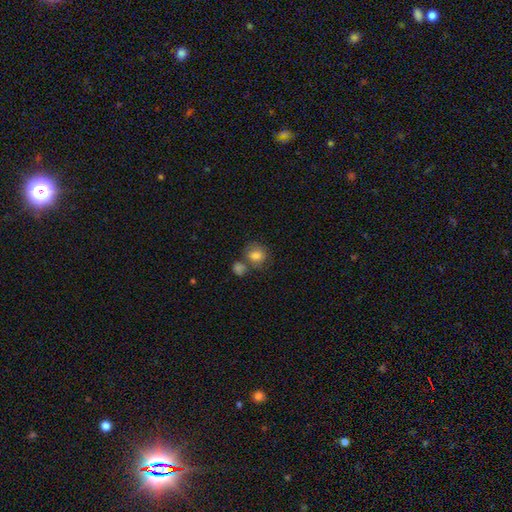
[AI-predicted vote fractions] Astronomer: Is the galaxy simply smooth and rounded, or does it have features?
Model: smooth — 80%.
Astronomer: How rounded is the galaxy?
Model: round — 73%.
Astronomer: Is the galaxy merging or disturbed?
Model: none — 52% (runner-up: merger, 27%).